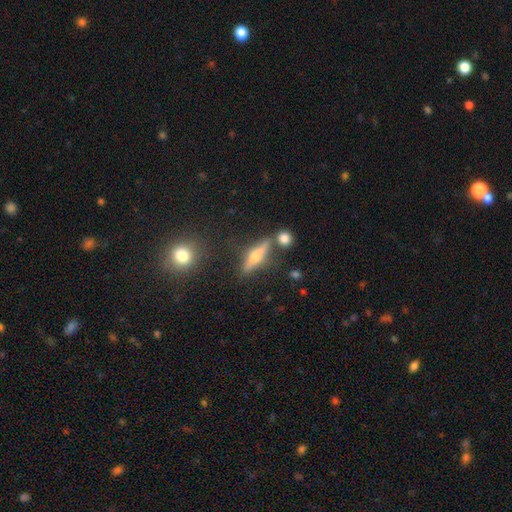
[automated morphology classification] This is likely a featured or disk galaxy (66%). It is clearly viewed edge-on (94%). Edge-on bulge: clearly rounded (94%). Merging: likely none (78%).